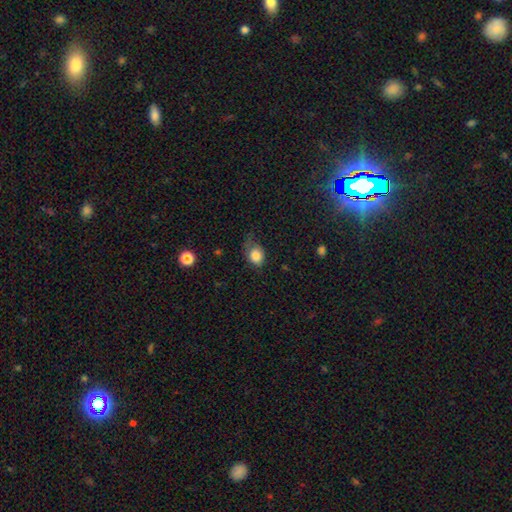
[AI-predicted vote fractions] smooth_or_featured: smooth (p=0.83) [alt: star or artifact p=0.09]
how_rounded: in between (p=0.53) [alt: round p=0.45]
merging: none (p=0.46) [alt: minor disturbance p=0.34]